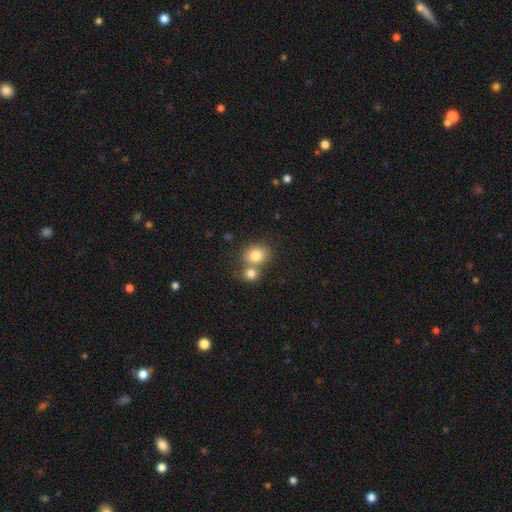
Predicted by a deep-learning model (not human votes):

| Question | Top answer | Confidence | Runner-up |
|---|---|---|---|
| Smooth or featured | smooth | 80% | star or artifact (10%) |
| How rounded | round | 71% | in between (28%) |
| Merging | none | 47% | merger (42%) |